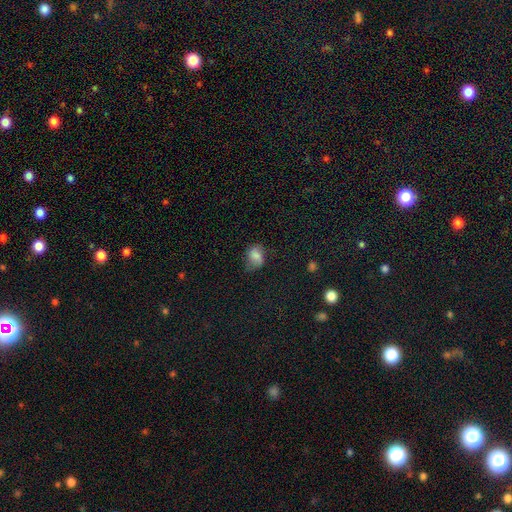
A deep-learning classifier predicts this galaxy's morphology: The model was most divided on "merging": none: 52%, minor disturbance: 32%, major disturbance: 14%, merger: 2%. More confident: smooth or featured — smooth (75%); how rounded — in between (69%).